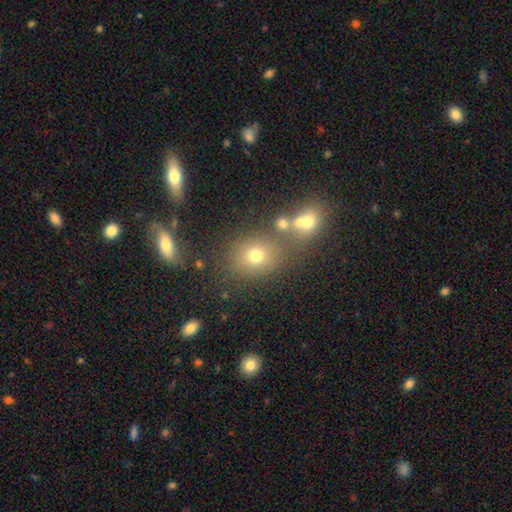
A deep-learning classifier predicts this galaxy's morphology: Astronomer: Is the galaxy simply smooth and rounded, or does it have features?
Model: smooth — 69%.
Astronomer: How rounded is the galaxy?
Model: round — 69%.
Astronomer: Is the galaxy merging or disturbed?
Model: none — 69%.